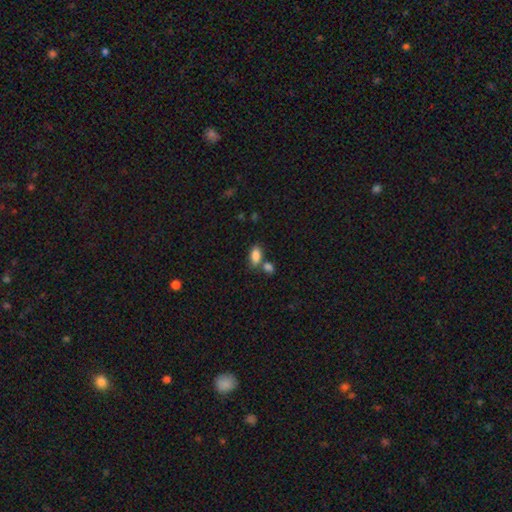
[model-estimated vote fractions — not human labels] A smooth galaxy with no disk features (85%) that is in between round and cigar-shaped (89%). Merging: none (53%).